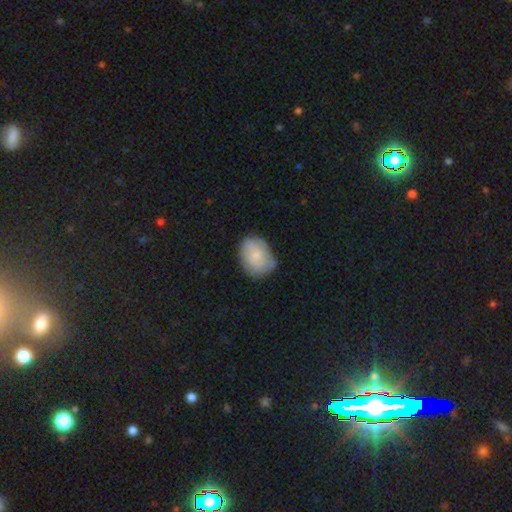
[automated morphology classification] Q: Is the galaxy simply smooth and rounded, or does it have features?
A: smooth — 64%.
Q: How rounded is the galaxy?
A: in between — 65%.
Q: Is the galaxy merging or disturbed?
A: none — 63%.